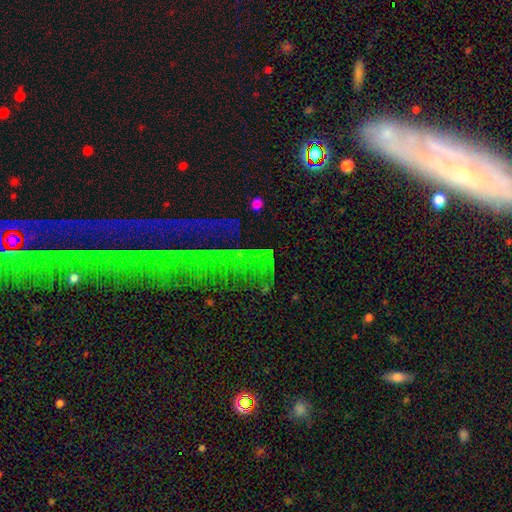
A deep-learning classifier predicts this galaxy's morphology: Smooth or featured? star or artifact (78%)